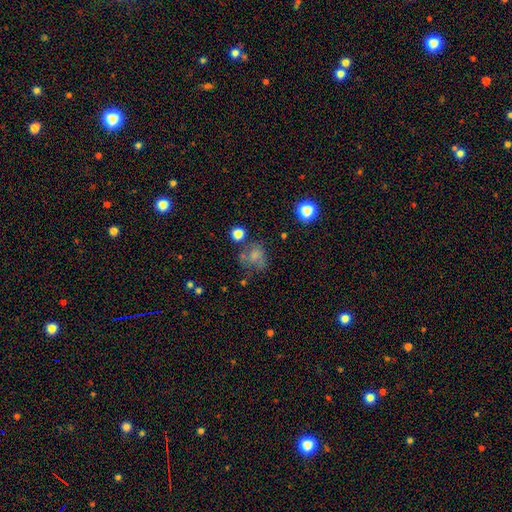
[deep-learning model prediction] The model was most divided on "merging": none: 41%, major disturbance: 25%, minor disturbance: 23%, merger: 12%. More confident: how rounded — round (60%); smooth or featured — smooth (58%).